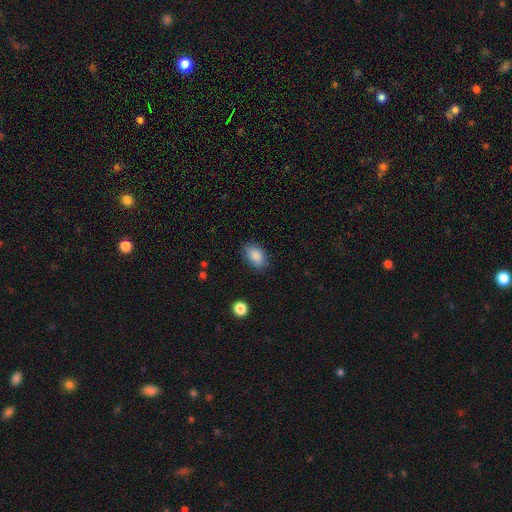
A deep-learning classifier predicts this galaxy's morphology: This is clearly a smooth galaxy (88%). How rounded: clearly in between (89%). Merging: clearly none (82%).